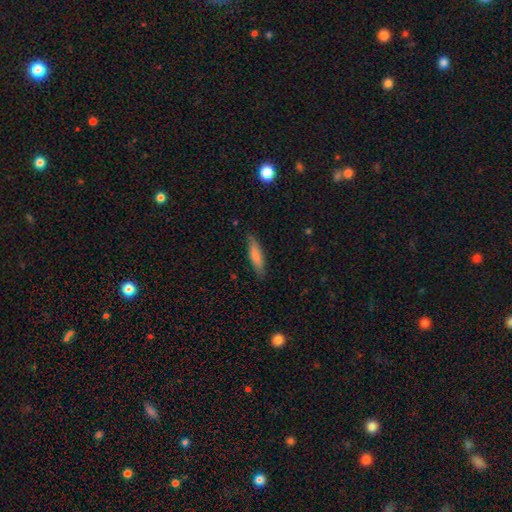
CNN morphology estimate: Smooth or featured?
  - smooth: 75% *
  - featured or disk: 19%
  - star or artifact: 6%
How rounded?
  - cigar-shaped: 68% *
  - in between: 30%
  - round: 2%
Merging?
  - none: 82% *
  - minor disturbance: 14%
  - major disturbance: 2%
  - merger: 1%